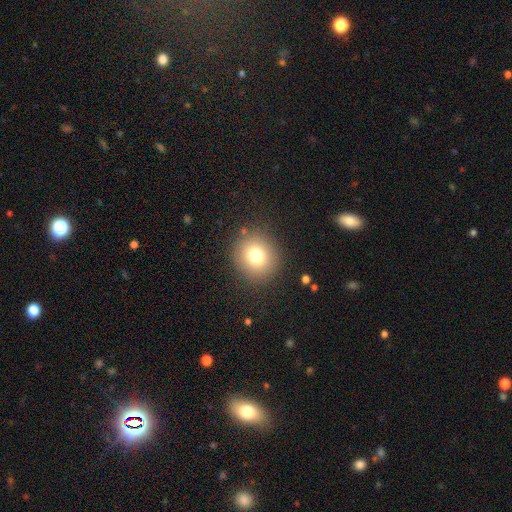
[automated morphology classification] This appears to be a smooth galaxy with no disk features (77%) that is round (87%). Merging: none (87%).